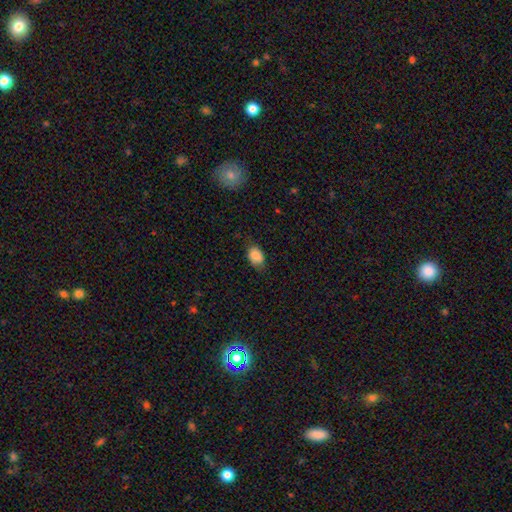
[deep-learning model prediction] Morphology: type=smooth (85%); roundness=in between (82%); merging=none (69%).